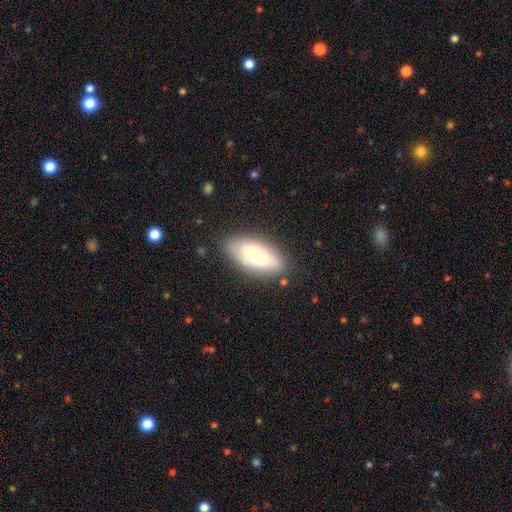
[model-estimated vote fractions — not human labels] Smooth or featured: smooth — 68% (featured or disk — 25%)
How rounded: in between — 85% (cigar-shaped — 12%)
Merging: none — 83% (minor disturbance — 12%)